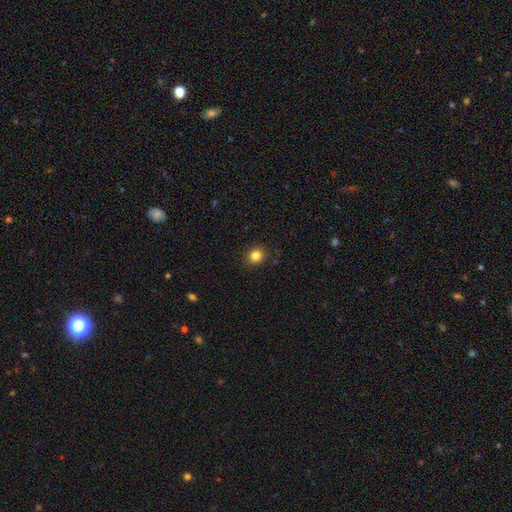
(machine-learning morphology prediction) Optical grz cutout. It shows a smooth galaxy with no disk features (83%) that is round (81%). Merging: none (89%).